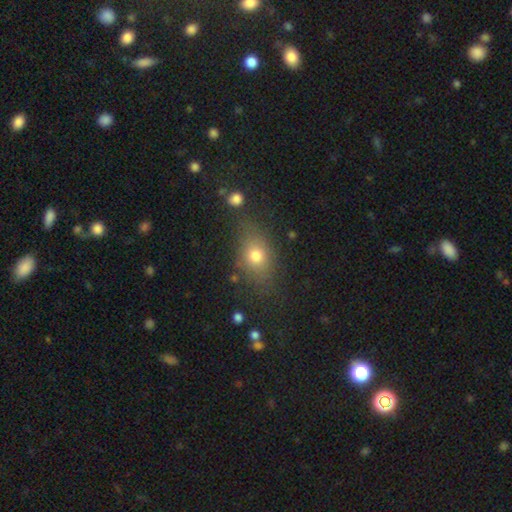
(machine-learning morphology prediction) Smooth or featured: smooth — 74% (star or artifact — 14%)
How rounded: in between — 63% (round — 34%)
Merging: none — 73% (minor disturbance — 16%)